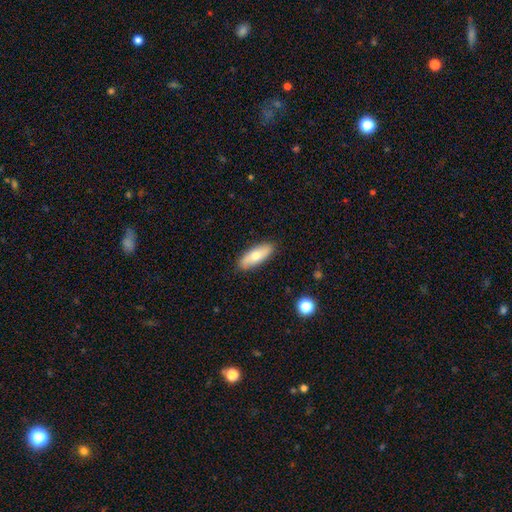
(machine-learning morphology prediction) The model was most divided on "how rounded": in between: 70%, cigar-shaped: 28%, round: 2%. More confident: merging — none (88%); smooth or featured — smooth (72%).